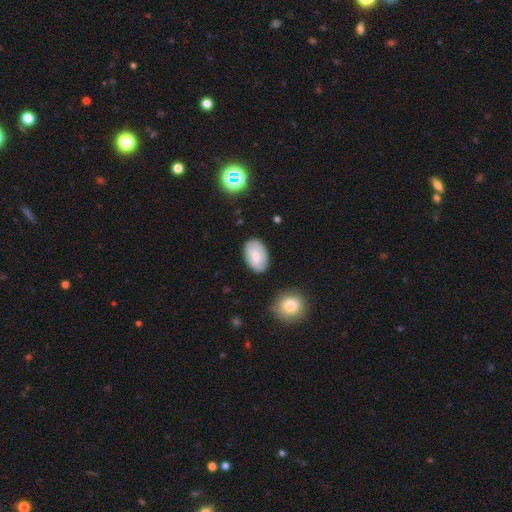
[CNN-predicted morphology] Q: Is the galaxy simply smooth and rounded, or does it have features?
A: smooth — 71%.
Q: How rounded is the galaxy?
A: in between — 91%.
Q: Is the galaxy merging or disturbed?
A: none — 79%.